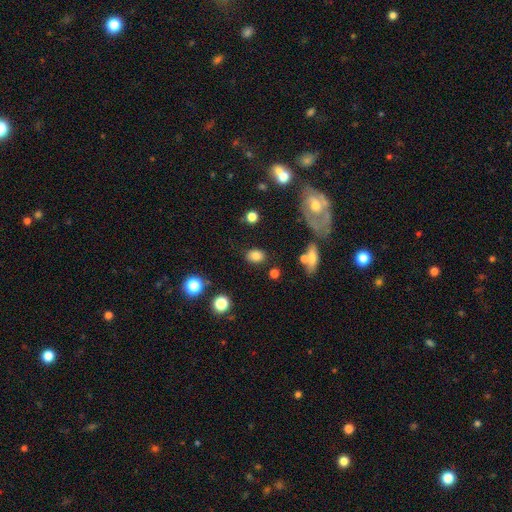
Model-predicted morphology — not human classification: This is clearly a smooth galaxy (81%). How rounded: likely in between (67%). Merging: clearly none (81%).